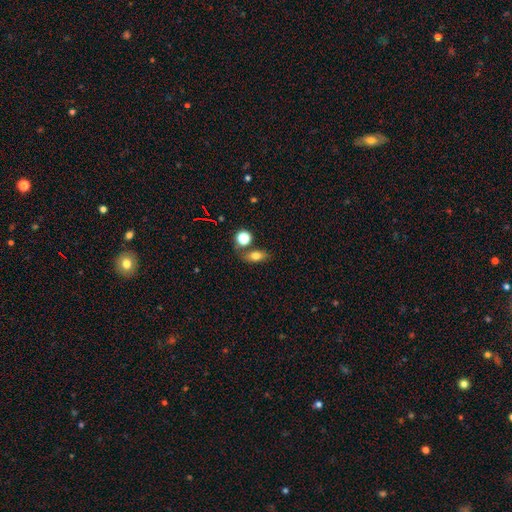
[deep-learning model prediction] A smooth galaxy with no disk features (70%) that is in between round and cigar-shaped (74%). Merging: none (69%).